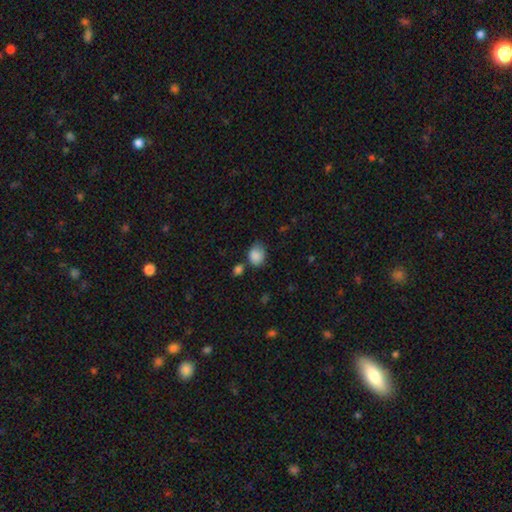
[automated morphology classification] The model was most divided on "how rounded": in between: 56%, round: 43%, cigar-shaped: 1%. More confident: smooth or featured — smooth (86%); merging — none (55%).